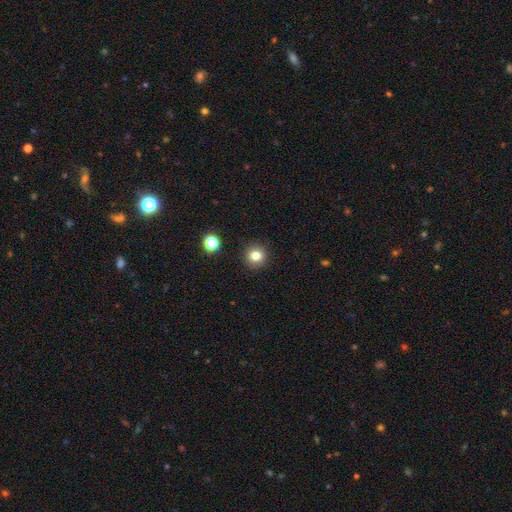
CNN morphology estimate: This is likely a smooth galaxy (80%). How rounded: clearly round (90%). Merging: clearly none (91%).